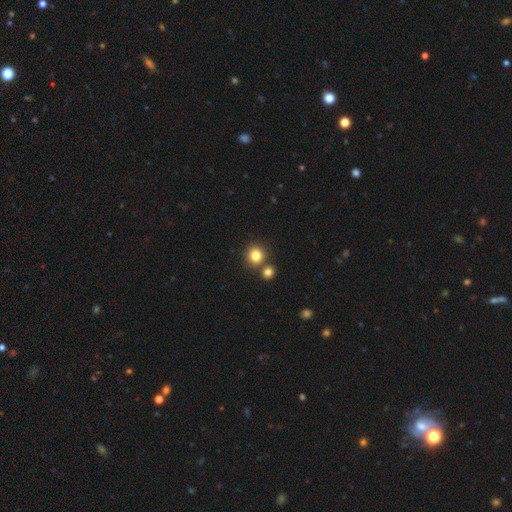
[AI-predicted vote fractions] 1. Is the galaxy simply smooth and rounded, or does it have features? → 82% smooth, 12% star or artifact, 6% featured or disk.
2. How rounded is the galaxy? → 90% round, 9% in between, 1% cigar-shaped.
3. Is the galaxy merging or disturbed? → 71% none, 19% merger, 7% minor disturbance, 2% major disturbance.